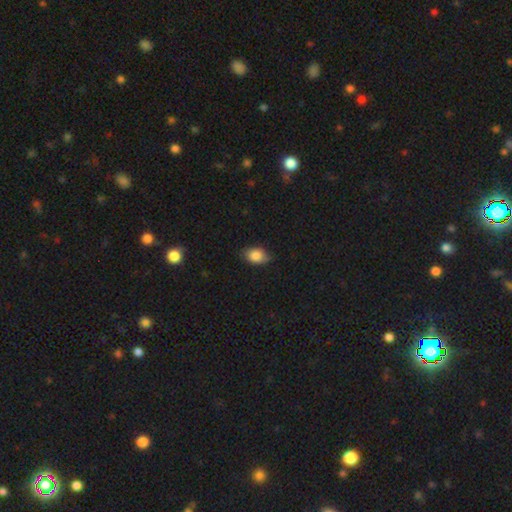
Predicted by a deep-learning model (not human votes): This is clearly a smooth galaxy (84%). How rounded: clearly in between (84%). Merging: likely none (78%).